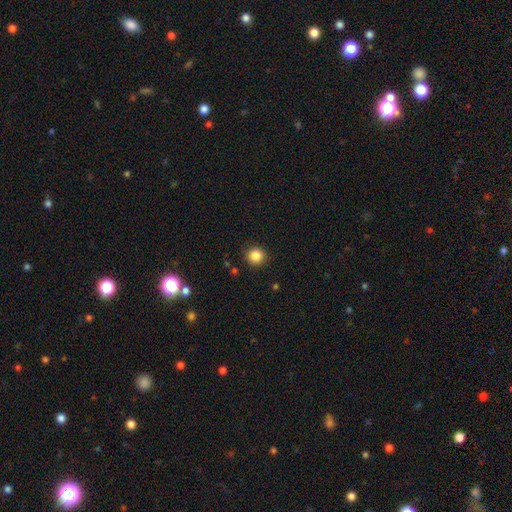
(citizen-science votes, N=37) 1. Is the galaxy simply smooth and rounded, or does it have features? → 95% smooth, 3% featured or disk, 3% star or artifact.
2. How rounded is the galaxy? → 91% round, 9% in between, 0% cigar-shaped.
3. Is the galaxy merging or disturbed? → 86% none, 8% minor disturbance, 6% major disturbance, 0% merger.